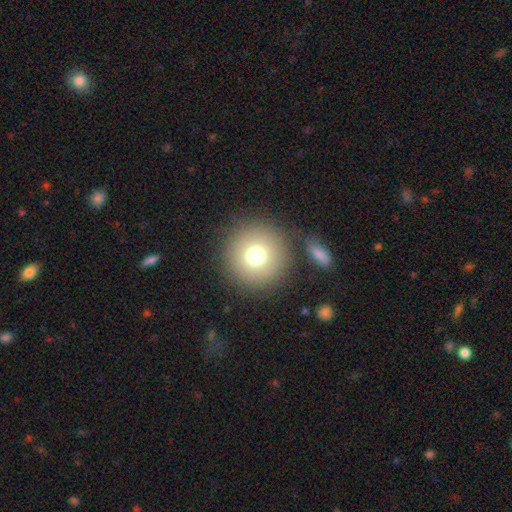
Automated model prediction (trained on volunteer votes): Smooth or featured? smooth (75%)
How rounded? round (96%)
Merging? none (83%)